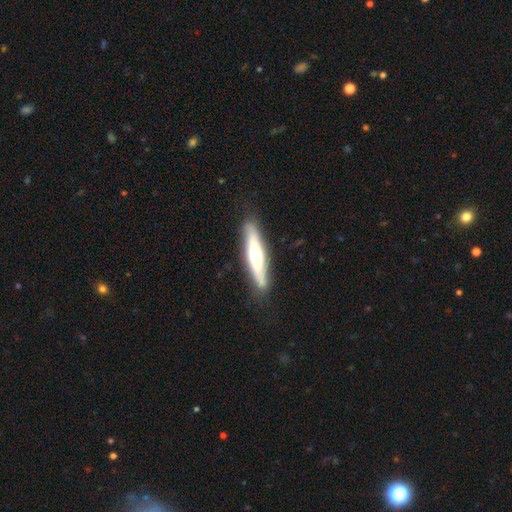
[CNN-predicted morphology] smooth_or_featured: featured or disk (p=0.52) [alt: smooth p=0.42]
disk_edge_on: yes (p=0.88) [alt: no p=0.12]
merging: none (p=0.83) [alt: minor disturbance p=0.13]